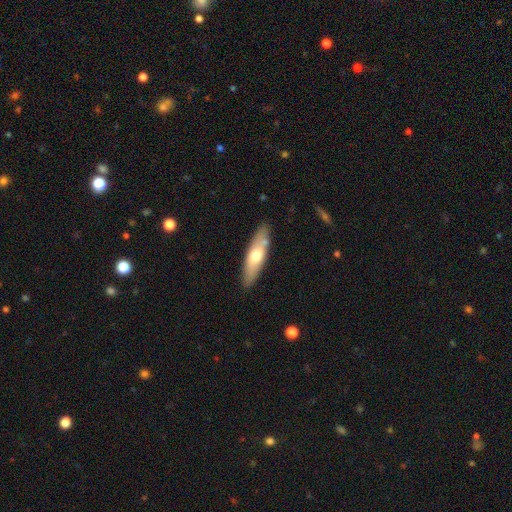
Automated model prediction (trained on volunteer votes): A smooth galaxy with no disk features (56%) that is cigar-shaped (59%).

Vote fractions:
- Smooth or featured? smooth: 56% / featured or disk: 39% / star or artifact: 5%
- How rounded? cigar-shaped: 59% / in between: 39% / round: 2%
- Merging? none: 83% / minor disturbance: 11% / merger: 4% / major disturbance: 2%